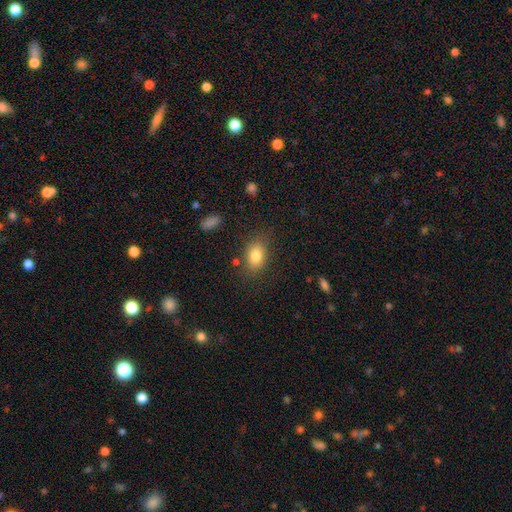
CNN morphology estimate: This is clearly a smooth galaxy (81%). How rounded: likely in between (78%). Merging: likely none (78%).